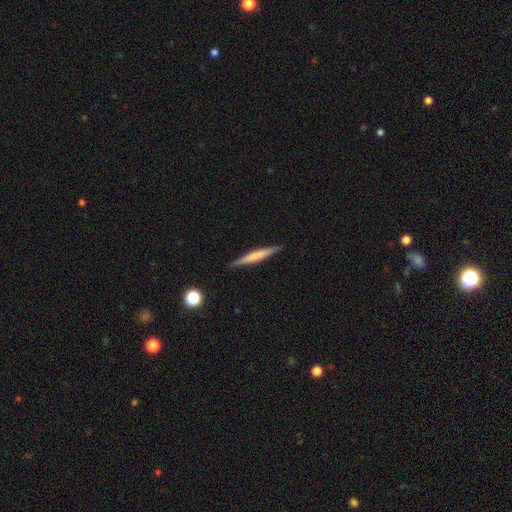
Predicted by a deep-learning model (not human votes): smooth 50%, featured or disk 44%, star or artifact 6%. Down the decision tree: how rounded — cigar-shaped (95%); merging — none (89%).